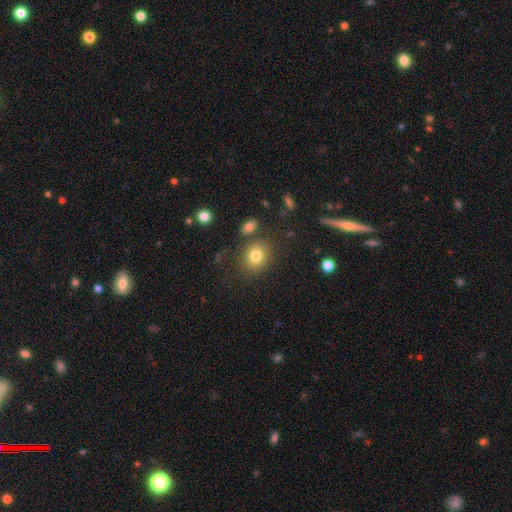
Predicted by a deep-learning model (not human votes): This appears to be a smooth galaxy with no disk features (79%) that is round (64%). Merging: none (79%).